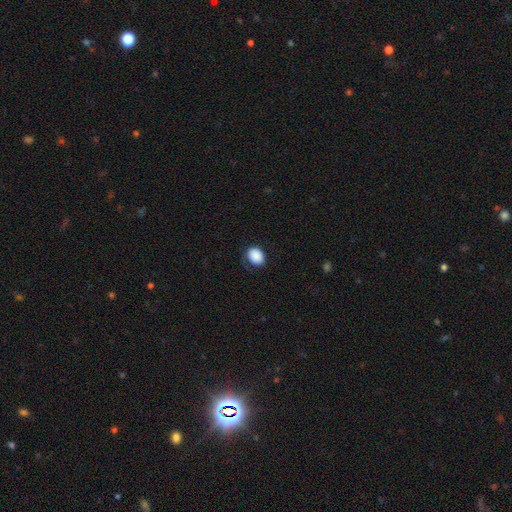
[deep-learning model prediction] Smooth or featured?
  - smooth: 87% *
  - star or artifact: 7%
  - featured or disk: 5%
How rounded?
  - in between: 59% *
  - round: 40%
  - cigar-shaped: 1%
Merging?
  - none: 69% *
  - minor disturbance: 21%
  - major disturbance: 8%
  - merger: 2%